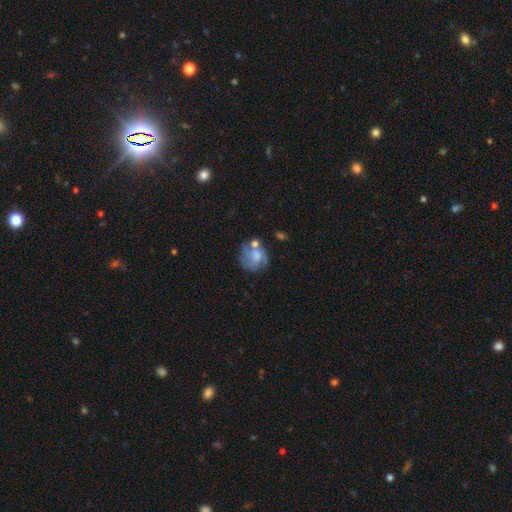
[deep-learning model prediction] A featured or disk galaxy (49%). Merging: none (49%).